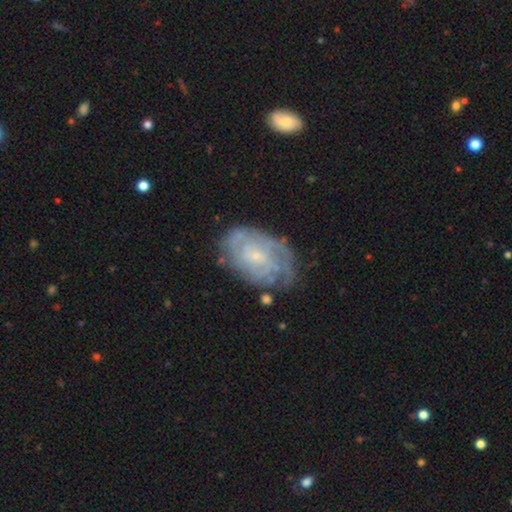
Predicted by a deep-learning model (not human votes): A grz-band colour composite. It shows a featured or disk galaxy (76%) with no bar (67%), tight (66%) spiral arms (87%) and a small central bulge (74%). Merging: none (63%).